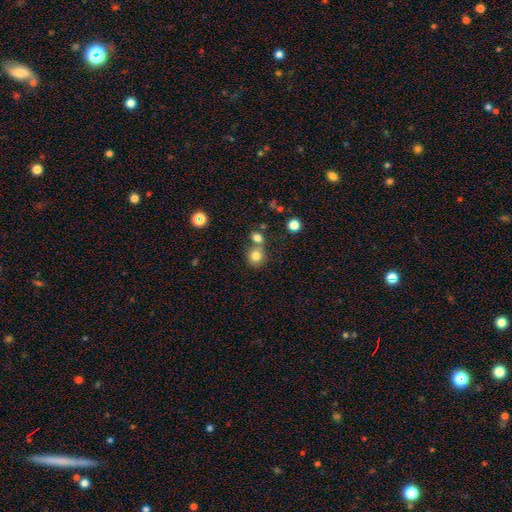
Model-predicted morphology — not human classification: A smooth galaxy with no disk features (79%) that is round (83%). Merging: none (52%).